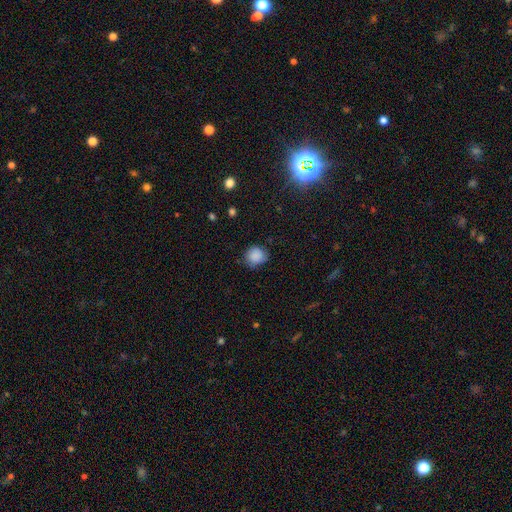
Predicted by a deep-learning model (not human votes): Smooth or featured: smooth — 86% (star or artifact — 9%)
How rounded: round — 83% (in between — 16%)
Merging: none — 73% (minor disturbance — 21%)